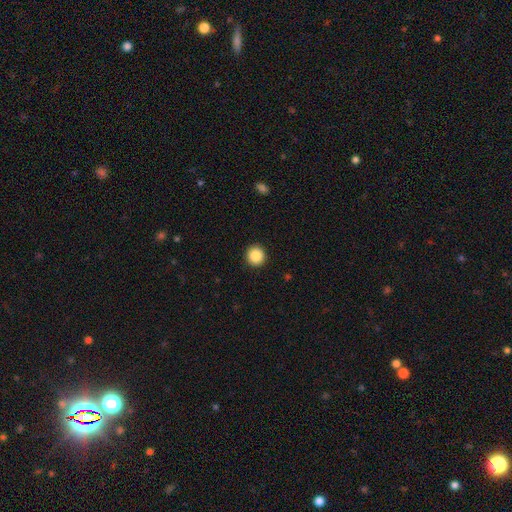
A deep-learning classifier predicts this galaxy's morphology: smooth_or_featured: smooth (p=0.88) [alt: star or artifact p=0.09]
how_rounded: round (p=0.94) [alt: in between p=0.05]
merging: none (p=0.93) [alt: minor disturbance p=0.05]